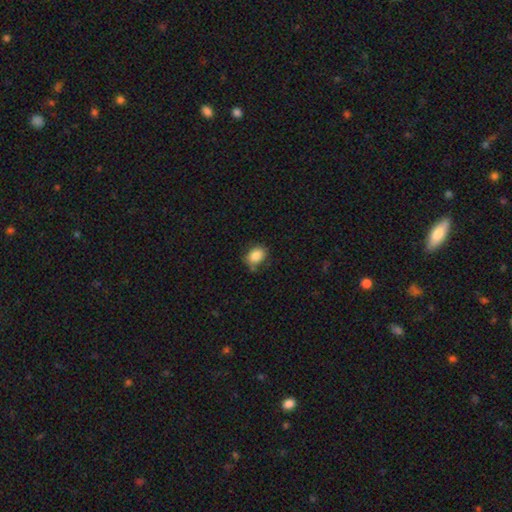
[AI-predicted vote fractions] This appears to be a smooth galaxy with no disk features (85%) that is in between round and cigar-shaped (67%). Merging: none (66%).